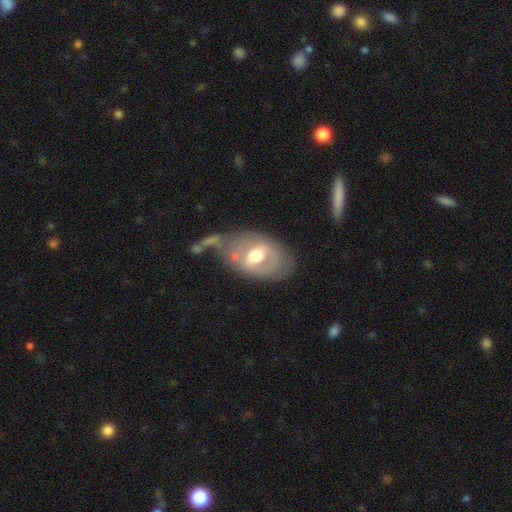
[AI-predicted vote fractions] This is possibly a featured or disk galaxy (56%). It is clearly not viewed edge-on (92%). Bar: marginally weak (39%). Spiral arm pattern: likely no (69%). Central bulge: likely moderate (67%). Merging: marginally none (35%).